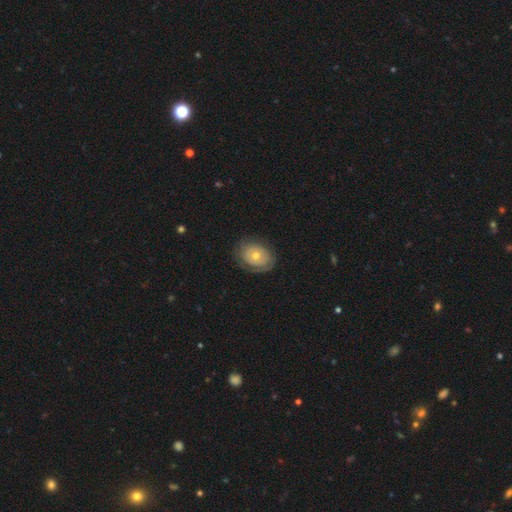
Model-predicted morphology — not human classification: smooth-or-featured: featured or disk: 57% | smooth: 35% | star or artifact: 7%
  disk-edge-on: no: 95% | yes: 5%
    bar: no: 88% | weak: 10% | strong: 2%
    has-spiral-arms: yes: 56% | no: 44%
    bulge-size: moderate: 56% | small: 39% | large: 3% | none: 1% | dominant: 1%
  merging: none: 76% | minor disturbance: 16% | major disturbance: 6% | merger: 1%